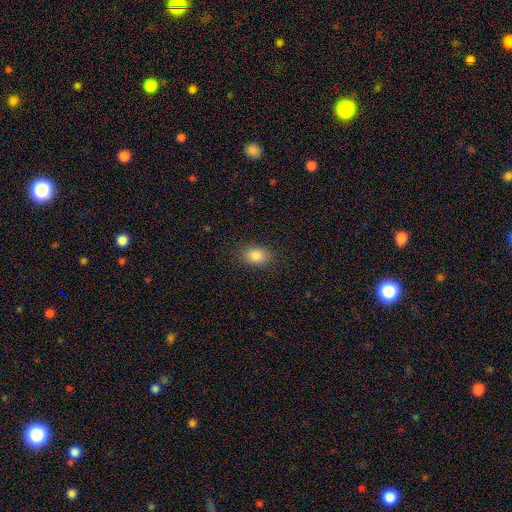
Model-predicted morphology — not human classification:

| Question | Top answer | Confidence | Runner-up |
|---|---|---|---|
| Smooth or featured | smooth | 85% | star or artifact (9%) |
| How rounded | in between | 74% | round (25%) |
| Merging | none | 86% | minor disturbance (10%) |